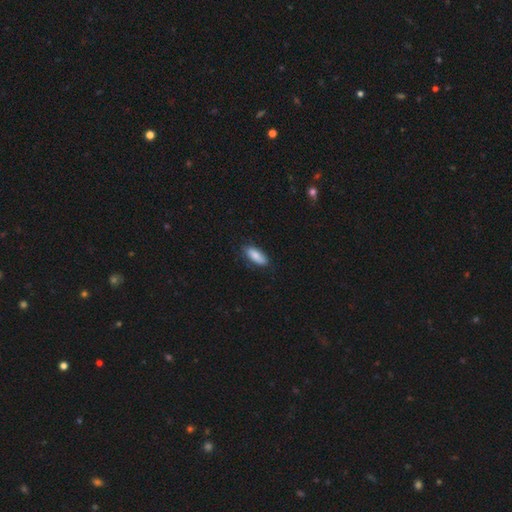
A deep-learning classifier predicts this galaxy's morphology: Smooth or featured: smooth — 83% (featured or disk — 11%)
How rounded: in between — 76% (cigar-shaped — 22%)
Merging: none — 76% (minor disturbance — 19%)